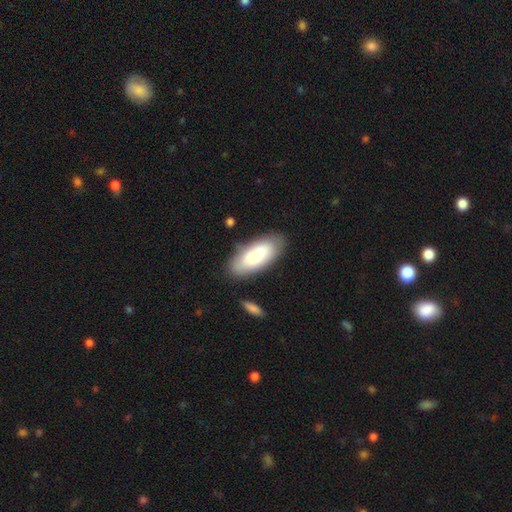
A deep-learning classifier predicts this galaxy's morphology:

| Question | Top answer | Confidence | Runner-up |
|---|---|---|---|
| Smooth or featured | smooth | 81% | featured or disk (11%) |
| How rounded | in between | 85% | cigar-shaped (13%) |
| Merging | none | 82% | minor disturbance (13%) |